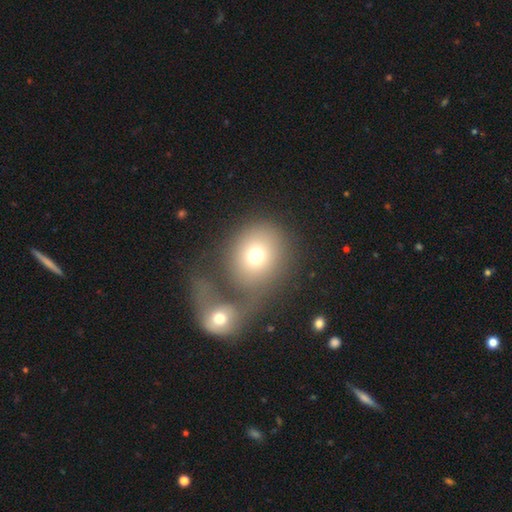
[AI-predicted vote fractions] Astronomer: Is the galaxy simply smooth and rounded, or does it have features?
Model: smooth — 71%.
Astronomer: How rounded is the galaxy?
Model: round — 74%.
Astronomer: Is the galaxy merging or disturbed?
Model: merger — 47% (runner-up: none, 35%).